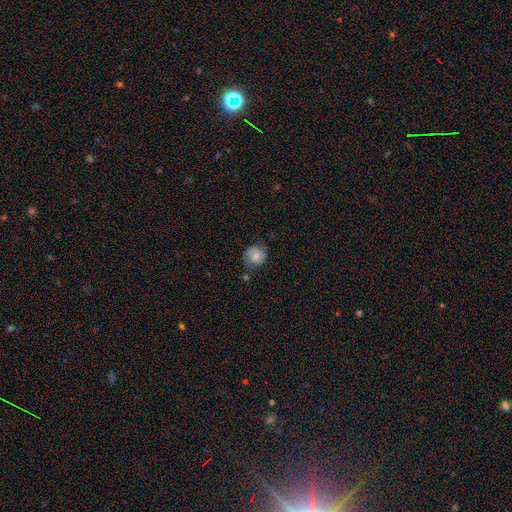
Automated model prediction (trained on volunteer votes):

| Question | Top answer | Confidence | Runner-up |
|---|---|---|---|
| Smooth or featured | smooth | 59% | featured or disk (32%) |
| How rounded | round | 80% | in between (19%) |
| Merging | none | 55% | minor disturbance (27%) |